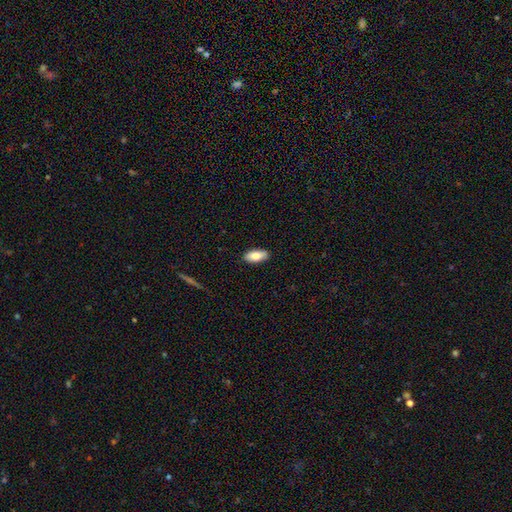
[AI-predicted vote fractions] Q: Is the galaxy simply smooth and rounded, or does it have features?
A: smooth — 78%.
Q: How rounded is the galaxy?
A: in between — 87%.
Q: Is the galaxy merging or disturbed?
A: none — 89%.